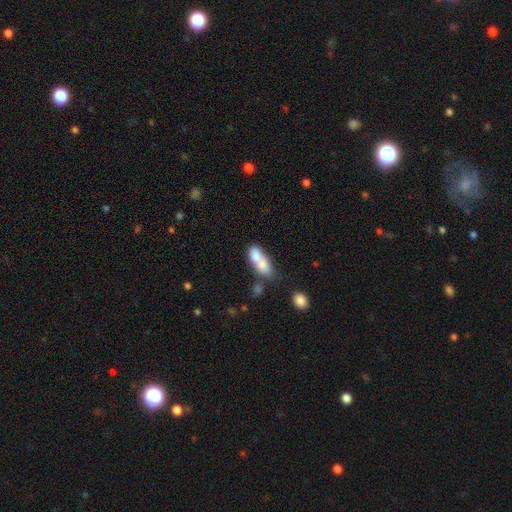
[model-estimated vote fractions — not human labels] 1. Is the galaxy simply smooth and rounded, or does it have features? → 71% smooth, 21% featured or disk, 9% star or artifact.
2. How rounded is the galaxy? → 75% in between, 13% cigar-shaped, 12% round.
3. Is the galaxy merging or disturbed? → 66% merger, 19% none, 9% minor disturbance, 6% major disturbance.